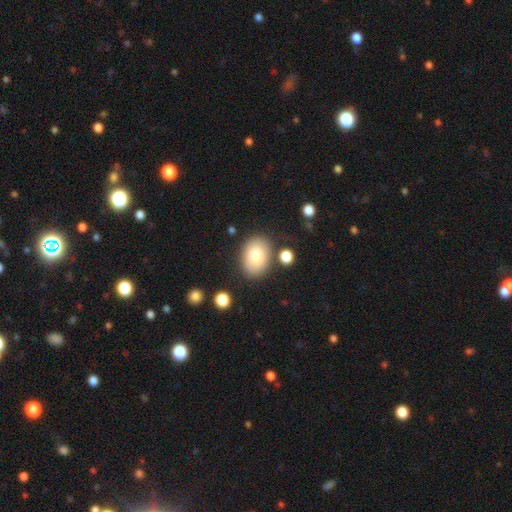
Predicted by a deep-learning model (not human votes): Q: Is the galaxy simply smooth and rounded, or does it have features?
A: smooth — 80%.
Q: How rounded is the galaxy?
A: in between — 77%.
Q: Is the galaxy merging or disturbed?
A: none — 80%.